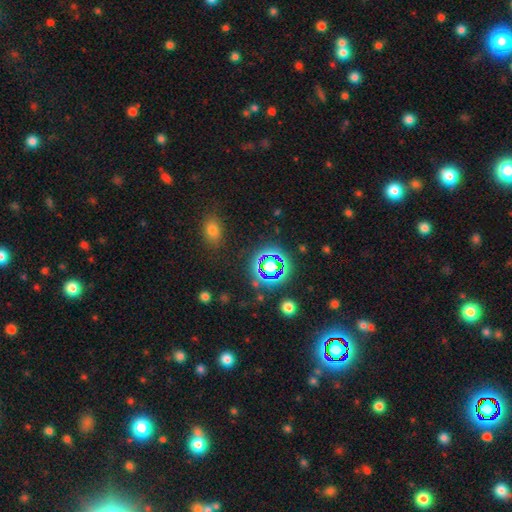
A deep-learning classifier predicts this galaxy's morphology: Smooth or featured: star or artifact — 58% (smooth — 34%)